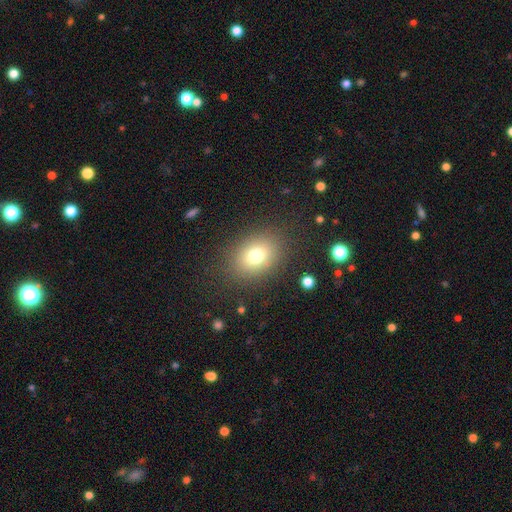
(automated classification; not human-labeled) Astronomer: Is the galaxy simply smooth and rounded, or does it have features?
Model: smooth — 74%.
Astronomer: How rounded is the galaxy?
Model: in between — 59% (runner-up: round, 40%).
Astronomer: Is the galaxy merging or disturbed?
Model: none — 84%.